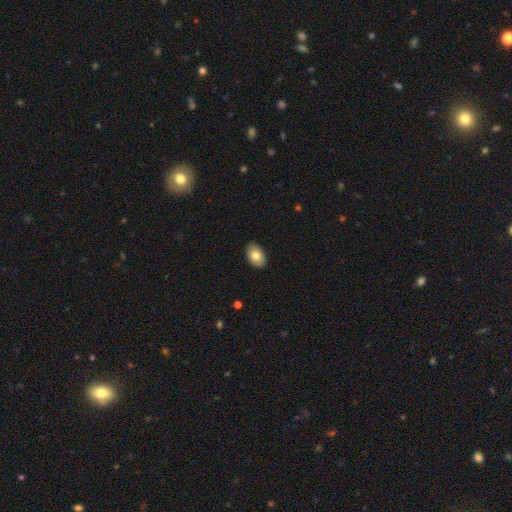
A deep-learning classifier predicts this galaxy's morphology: This is likely a smooth galaxy (78%). How rounded: clearly in between (85%). Merging: clearly none (89%).